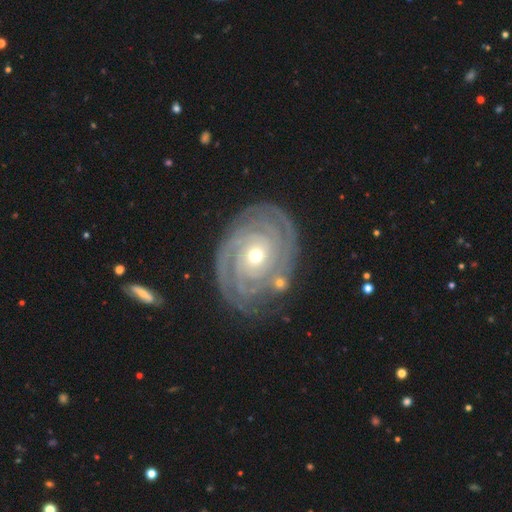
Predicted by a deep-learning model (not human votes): Q: Smooth or featured?
A: featured or disk (91%); runner-up: star or artifact (5%)
Q: Edge-on disk?
A: no (97%); runner-up: yes (3%)
Q: Bar?
A: no (77%); runner-up: weak (16%)
Q: Spiral arms?
A: yes (98%); runner-up: no (2%)
Q: Spiral winding?
A: tight (86%); runner-up: medium (12%)
Q: Spiral arm count?
A: 3 (25%); runner-up: 4 (20%)
Q: Bulge size?
A: small (49%); runner-up: moderate (48%)
Q: Merging?
A: none (79%); runner-up: minor disturbance (14%)